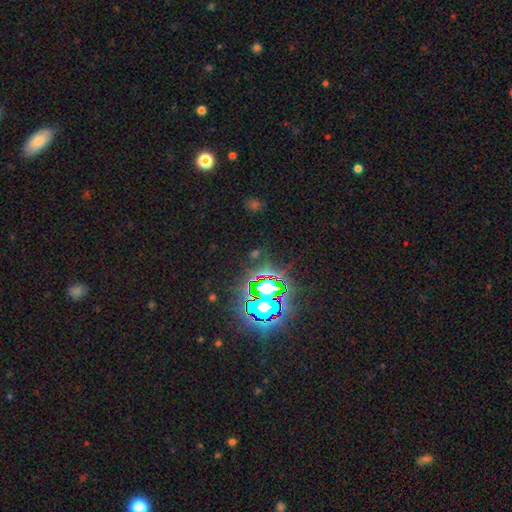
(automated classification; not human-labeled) A star or artifact, not a galaxy (76%).

Vote fractions:
- Smooth or featured? star or artifact: 76% / smooth: 14% / featured or disk: 9%